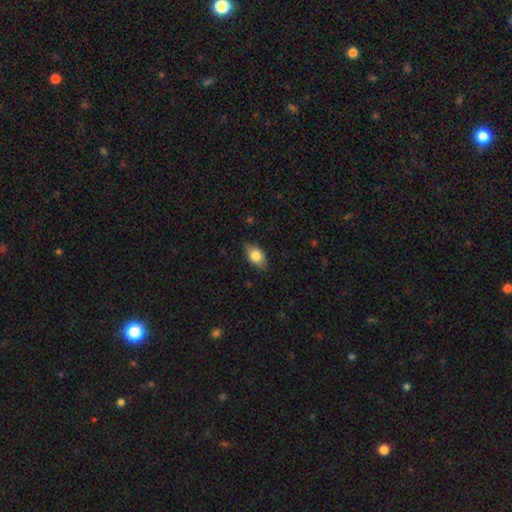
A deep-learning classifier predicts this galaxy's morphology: The model was most divided on "smooth or featured": smooth: 77%, featured or disk: 16%, star or artifact: 7%. More confident: how rounded — in between (87%); merging — none (81%).